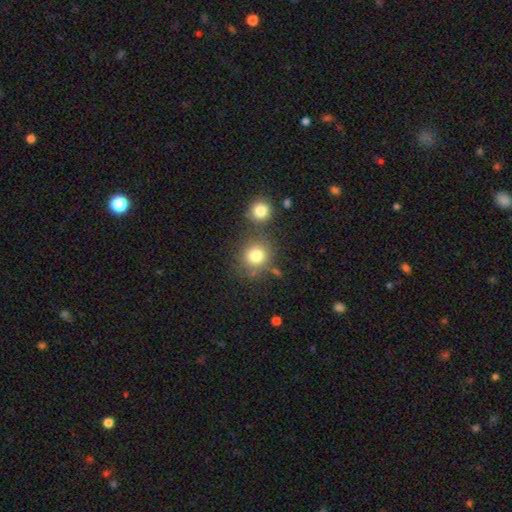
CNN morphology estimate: The model was most divided on "merging": none: 69%, merger: 18%, minor disturbance: 9%, major disturbance: 4%. More confident: how rounded — round (89%); smooth or featured — smooth (80%).